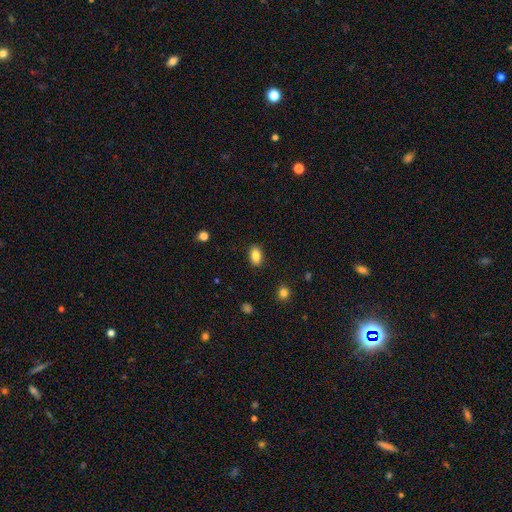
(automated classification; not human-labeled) smooth 85%, star or artifact 9%, featured or disk 6%. Down the decision tree: how rounded — in between (87%); merging — none (88%).